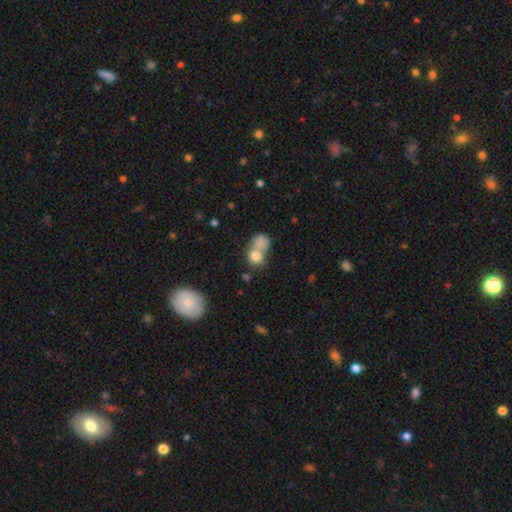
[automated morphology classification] A smooth galaxy with no disk features (79%) that is round (71%). Merging: merger (53%).